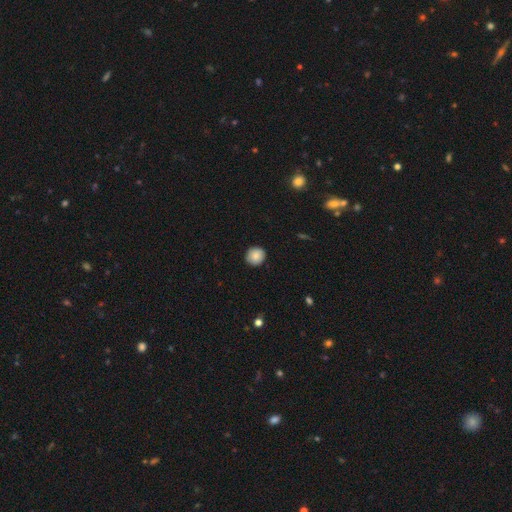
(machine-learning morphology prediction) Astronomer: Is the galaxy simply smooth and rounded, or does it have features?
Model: smooth — 85%.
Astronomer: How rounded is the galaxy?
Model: round — 91%.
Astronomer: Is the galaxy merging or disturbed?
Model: none — 89%.